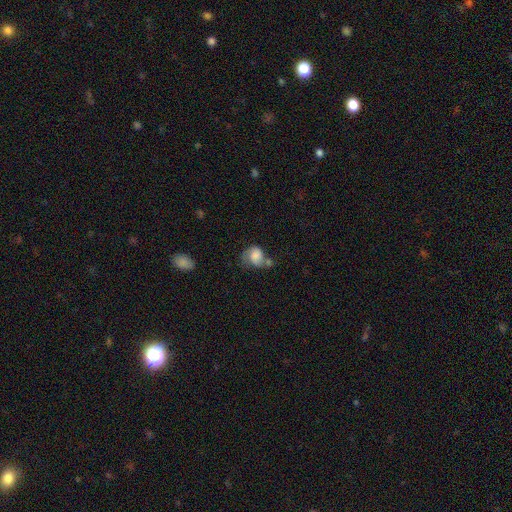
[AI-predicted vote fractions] Smooth or featured: smooth — 64% (featured or disk — 27%)
How rounded: round — 56% (in between — 43%)
Merging: none — 27% (major disturbance — 25%)